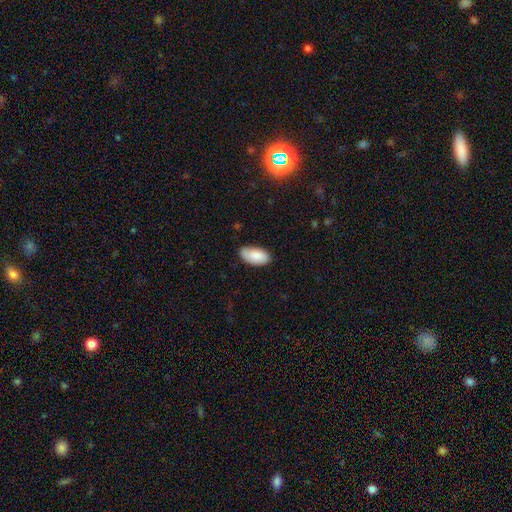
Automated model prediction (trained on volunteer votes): Q: Smooth or featured?
A: smooth (85%); runner-up: featured or disk (9%)
Q: How rounded?
A: in between (95%); runner-up: cigar-shaped (2%)
Q: Merging?
A: none (79%); runner-up: minor disturbance (18%)